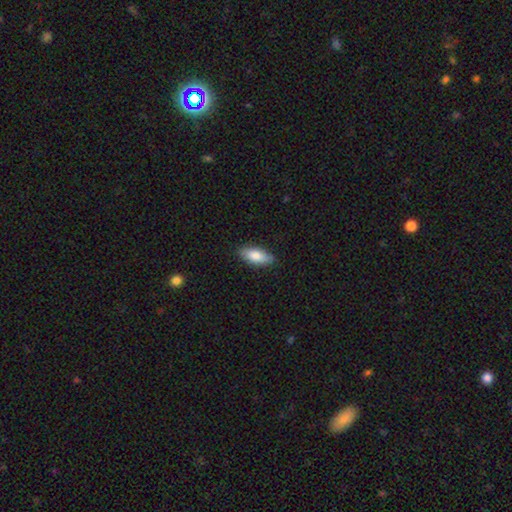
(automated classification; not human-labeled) Smooth or featured?
  - smooth: 78% *
  - featured or disk: 16%
  - star or artifact: 6%
How rounded?
  - in between: 77% *
  - cigar-shaped: 20%
  - round: 3%
Merging?
  - none: 86% *
  - minor disturbance: 11%
  - major disturbance: 2%
  - merger: 1%